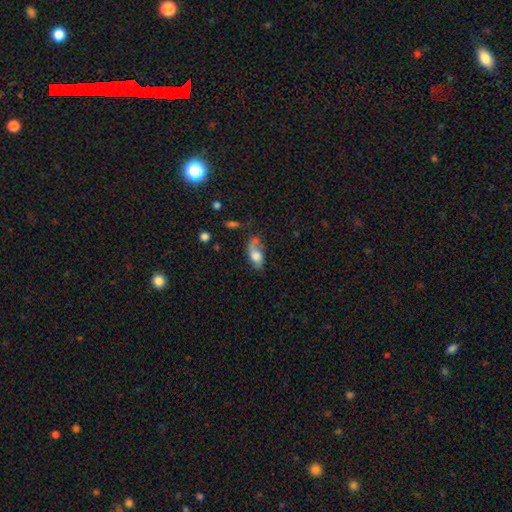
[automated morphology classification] Smooth or featured? smooth (57%)
How rounded? in between (84%)
Merging? none (39%)